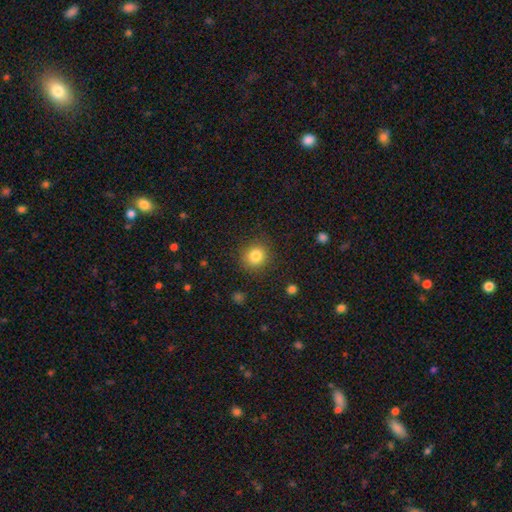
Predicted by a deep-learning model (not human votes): This appears to be a smooth galaxy with no disk features (83%) that is round (87%). Merging: none (88%).